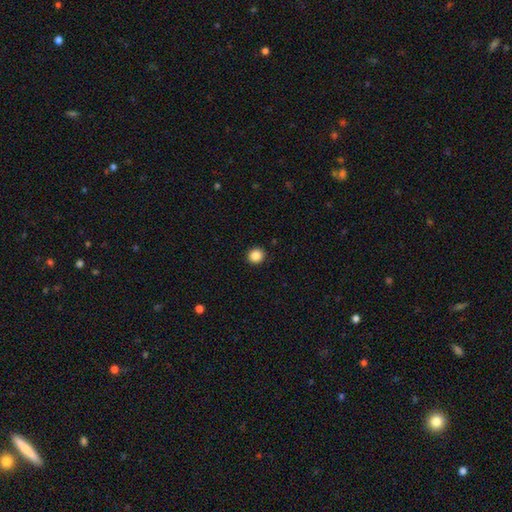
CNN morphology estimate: A smooth galaxy with no disk features (87%) that is round (91%). Merging: none (93%).